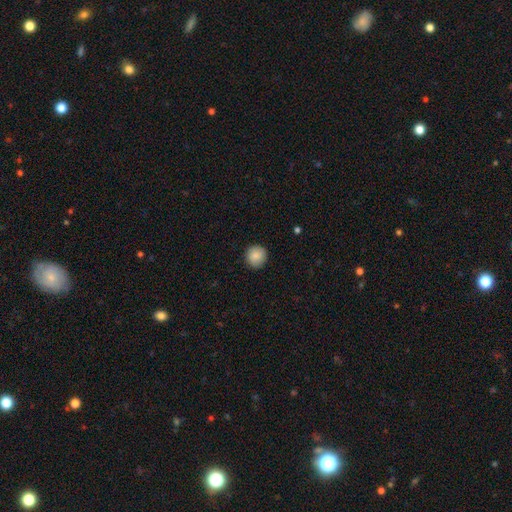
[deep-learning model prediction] smooth_or_featured: smooth (p=0.88) [alt: star or artifact p=0.08]
how_rounded: round (p=0.93) [alt: in between p=0.06]
merging: none (p=0.91) [alt: minor disturbance p=0.07]